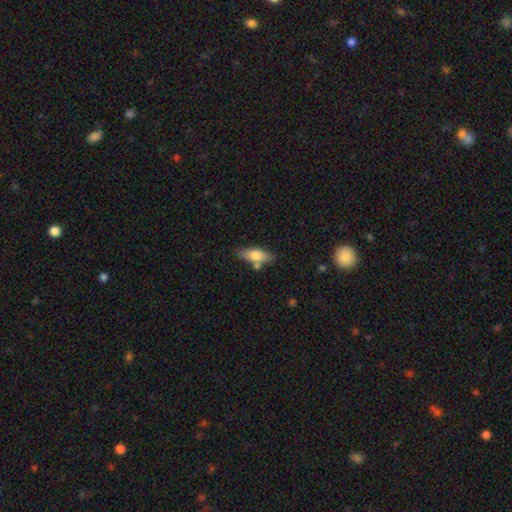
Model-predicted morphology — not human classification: Smooth or featured: smooth — 70% (featured or disk — 23%)
How rounded: in between — 70% (cigar-shaped — 27%)
Merging: none — 71% (minor disturbance — 15%)